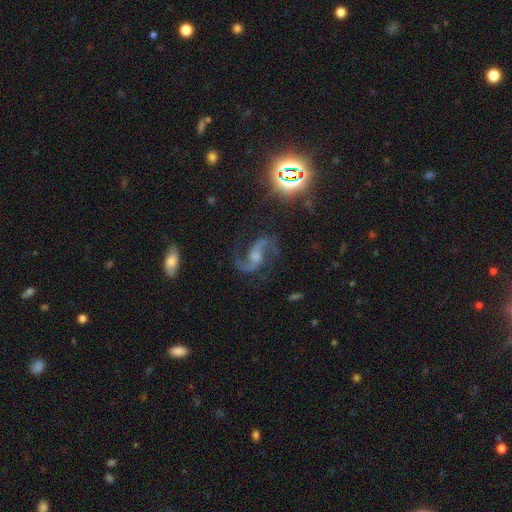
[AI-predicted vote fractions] smooth-or-featured: featured or disk: 88% | star or artifact: 9% | smooth: 3%
  disk-edge-on: no: 98% | yes: 2%
    bar: no: 42% | weak: 40% | strong: 18%
    has-spiral-arms: yes: 98% | no: 2%
      spiral-winding: loose: 49% | medium: 44% | tight: 7%
      spiral-arm-count: 2: 94% | can't tell: 1% | 1: 1% | 3: 1% | 4: 1% | more than 4: 1%
    bulge-size: moderate: 41% | small: 39% | none: 12% | large: 7% | dominant: 2%
  merging: none: 77% | minor disturbance: 13% | major disturbance: 8% | merger: 2%